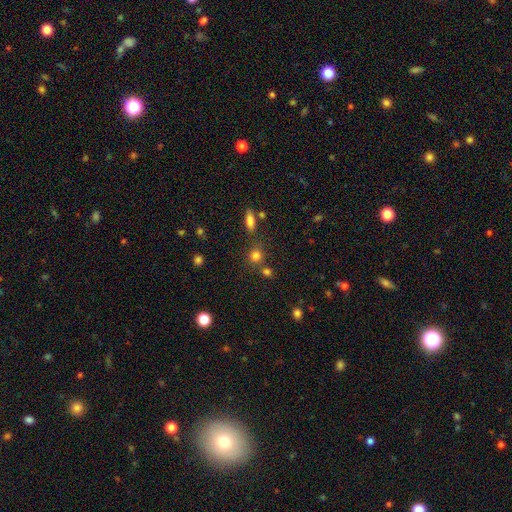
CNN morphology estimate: This is likely a smooth galaxy (78%). How rounded: likely round (77%). Merging: likely none (65%).